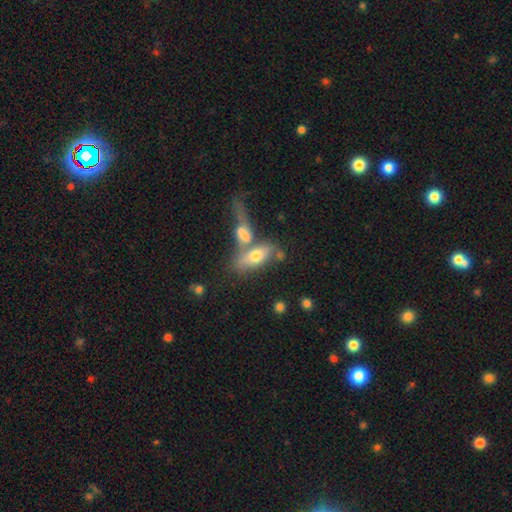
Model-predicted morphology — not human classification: This is likely a smooth galaxy (63%). How rounded: likely in between (76%). Merging: possibly merger (54%).